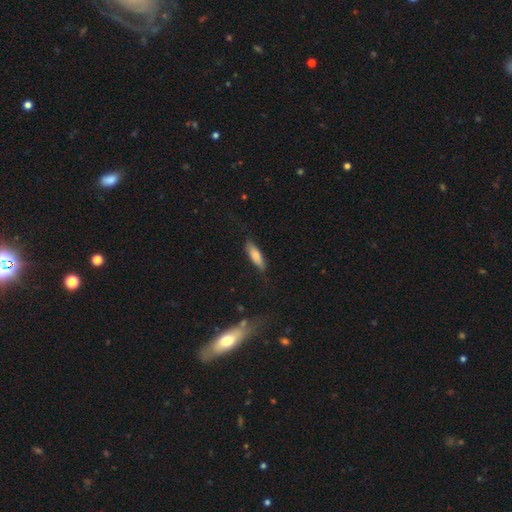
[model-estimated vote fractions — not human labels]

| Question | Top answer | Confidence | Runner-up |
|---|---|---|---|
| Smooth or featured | smooth | 77% | featured or disk (17%) |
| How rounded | cigar-shaped | 54% | in between (45%) |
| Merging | none | 79% | minor disturbance (16%) |